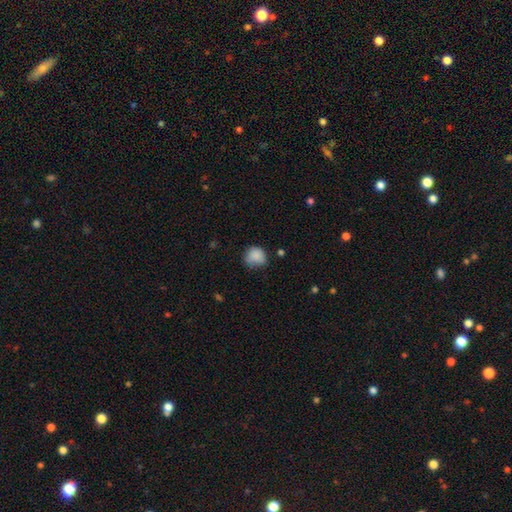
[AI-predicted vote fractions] smooth-or-featured: smooth: 84% | star or artifact: 9% | featured or disk: 7%
  how-rounded: round: 77% | in between: 22% | cigar-shaped: 1%
  merging: none: 56% | minor disturbance: 32% | major disturbance: 8% | merger: 3%